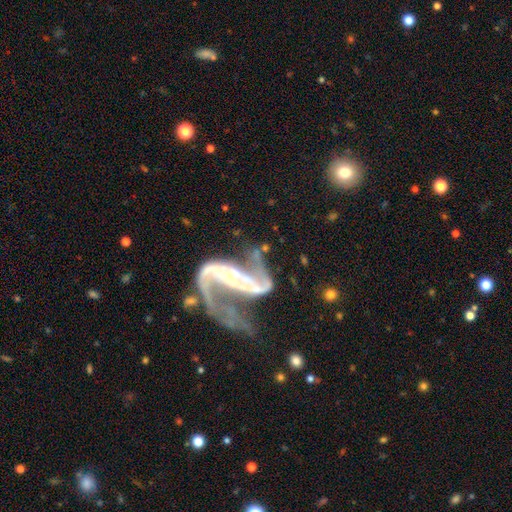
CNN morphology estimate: Smooth or featured?
  - featured or disk: 85% *
  - smooth: 8%
  - star or artifact: 7%
Edge-on disk?
  - no: 96% *
  - yes: 4%
Bar?
  - no: 41% *
  - weak: 33%
  - strong: 25%
Spiral arms?
  - yes: 86% *
  - no: 14%
Spiral winding?
  - loose: 67% *
  - medium: 24%
  - tight: 8%
Spiral arm count?
  - 2: 71% *
  - can't tell: 9%
  - 1: 9%
  - 3: 6%
  - 4: 3%
  - more than 4: 3%
Bulge size?
  - small: 52% *
  - moderate: 33%
  - none: 11%
  - large: 3%
  - dominant: 2%
Merging?
  - major disturbance: 37% *
  - merger: 34%
  - none: 18%
  - minor disturbance: 11%